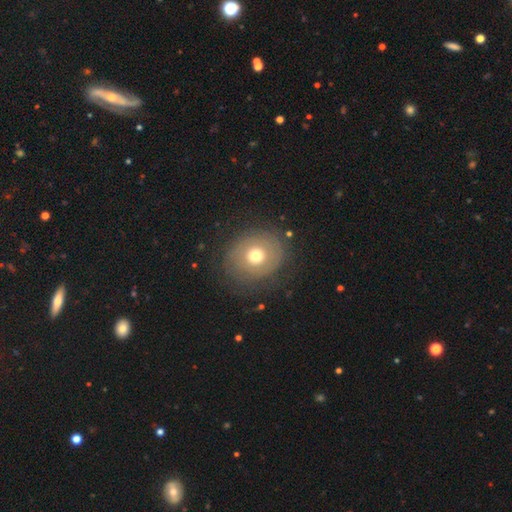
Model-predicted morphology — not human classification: A smooth galaxy with no disk features (50%). Merging: none (76%).